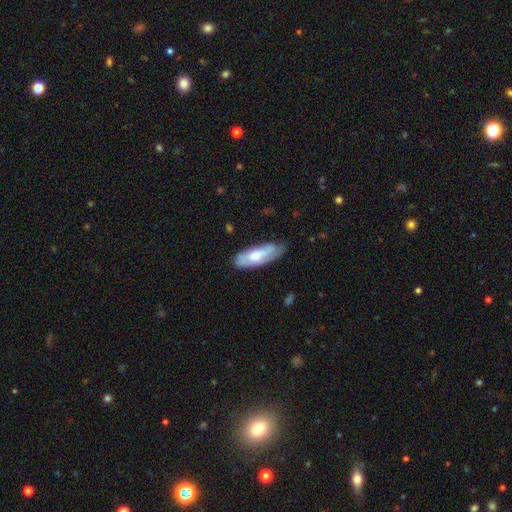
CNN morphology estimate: Overall: smooth (60%; featured or disk 34%). How rounded: in between (68%; cigar-shaped 30%). Merging: none (67%).